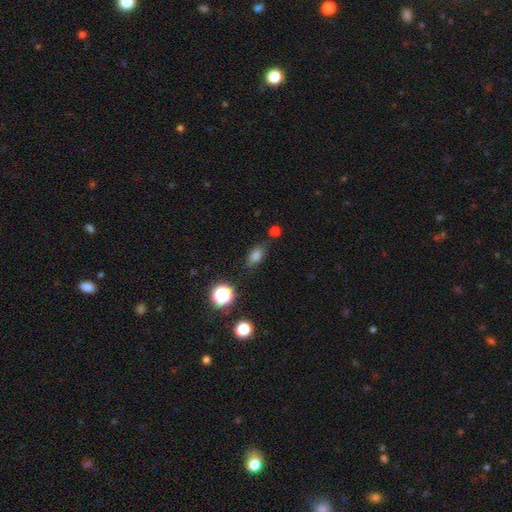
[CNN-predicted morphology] The model was most divided on "smooth or featured": smooth: 79%, star or artifact: 15%, featured or disk: 6%. More confident: how rounded — in between (81%); merging — none (79%).